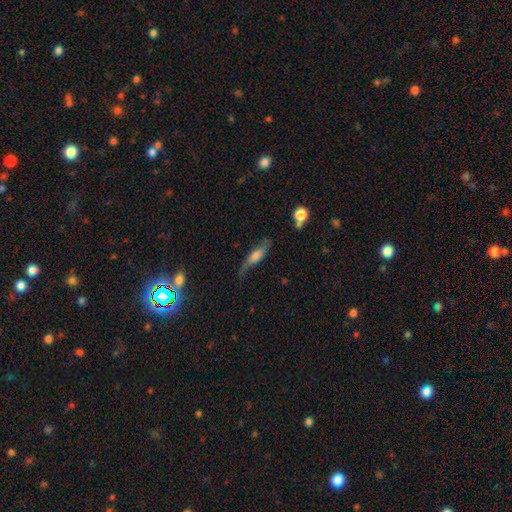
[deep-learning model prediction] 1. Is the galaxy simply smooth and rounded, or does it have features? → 49% featured or disk, 43% smooth, 8% star or artifact.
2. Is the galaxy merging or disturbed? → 51% none, 29% minor disturbance, 16% major disturbance, 4% merger.